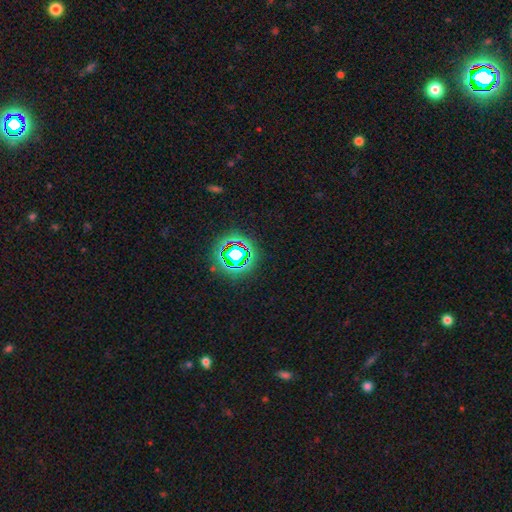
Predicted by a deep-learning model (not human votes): Smooth or featured? Predicted: star or artifact (p=0.72).